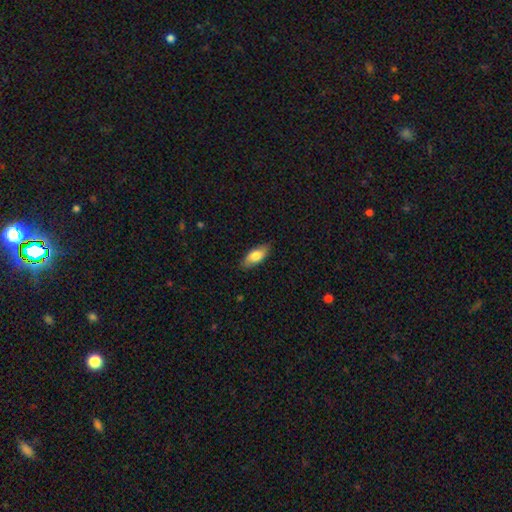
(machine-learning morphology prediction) Smooth or featured?
  - smooth: 77% *
  - featured or disk: 17%
  - star or artifact: 6%
How rounded?
  - in between: 84% *
  - cigar-shaped: 14%
  - round: 3%
Merging?
  - none: 86% *
  - minor disturbance: 11%
  - major disturbance: 2%
  - merger: 1%